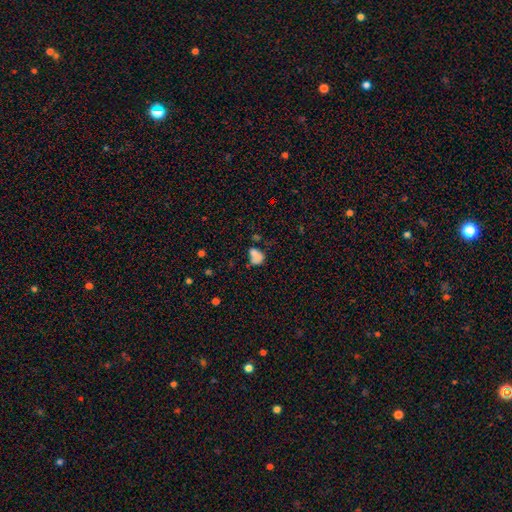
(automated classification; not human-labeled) Smooth or featured? Predicted: smooth (p=0.72). How rounded? Predicted: in between (p=0.72). Merging? Predicted: none (p=0.32).